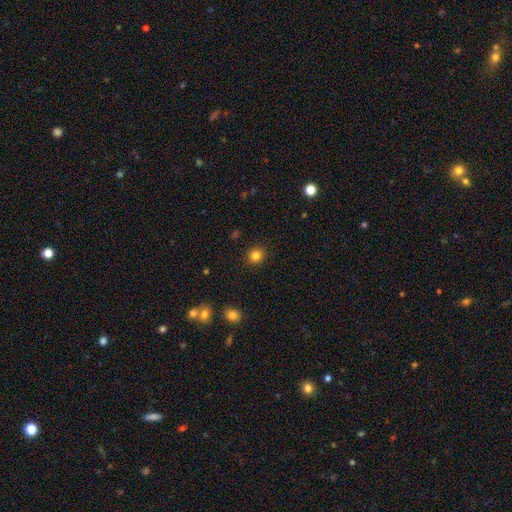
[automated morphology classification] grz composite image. It shows a smooth galaxy with no disk features (83%) that is round (88%). Merging: none (91%).